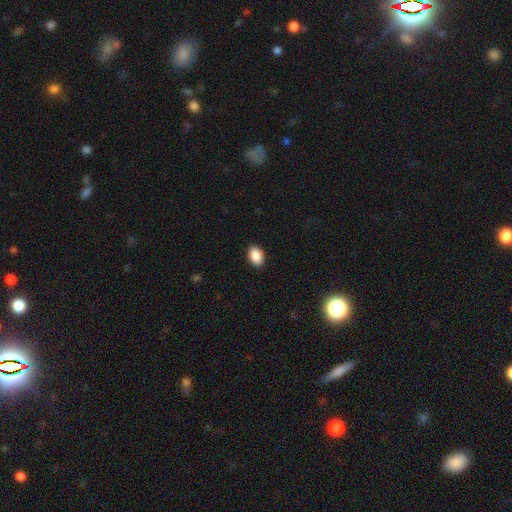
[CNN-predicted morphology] type=smooth (89%); roundness=in between (85%); merging=none (89%).